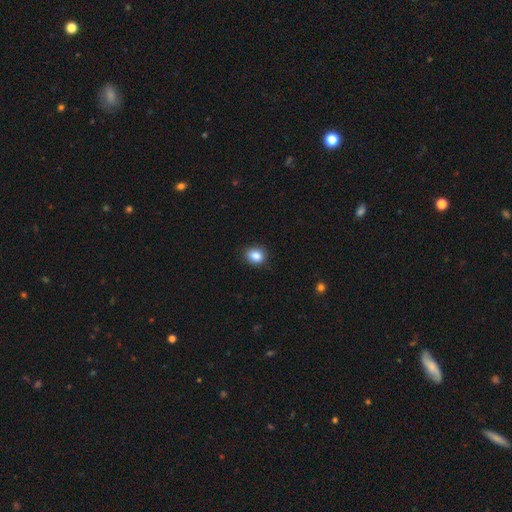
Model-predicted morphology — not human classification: Smooth or featured?
  - smooth: 86% *
  - star or artifact: 10%
  - featured or disk: 4%
How rounded?
  - round: 59% *
  - in between: 40%
  - cigar-shaped: 1%
Merging?
  - none: 88% *
  - minor disturbance: 9%
  - major disturbance: 2%
  - merger: 1%